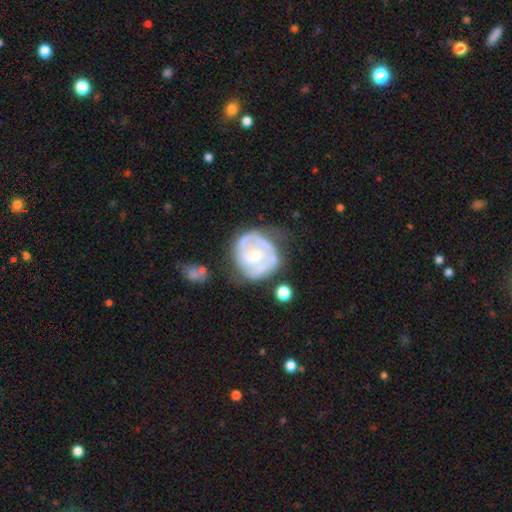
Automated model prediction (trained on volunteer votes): smooth_or_featured: featured or disk (p=0.77) [alt: smooth p=0.18]
disk_edge_on: no (p=0.98) [alt: yes p=0.02]
bar: no (p=0.66) [alt: weak p=0.28]
has_spiral_arms: yes (p=0.82) [alt: no p=0.18]
spiral_winding: tight (p=0.56) [alt: medium p=0.33]
spiral_arm_count: 2 (p=0.46) [alt: can't tell p=0.28]
bulge_size: small (p=0.48) [alt: moderate p=0.47]
merging: none (p=0.54) [alt: minor disturbance p=0.27]